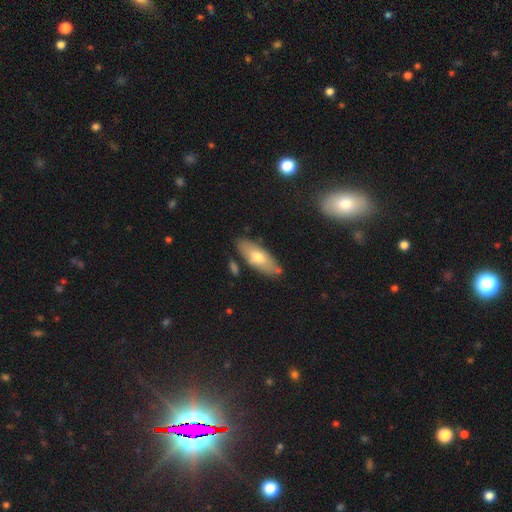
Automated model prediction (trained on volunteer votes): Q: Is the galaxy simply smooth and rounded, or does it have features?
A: smooth — 62%.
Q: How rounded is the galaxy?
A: in between — 74%.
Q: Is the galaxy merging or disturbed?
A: none — 80%.